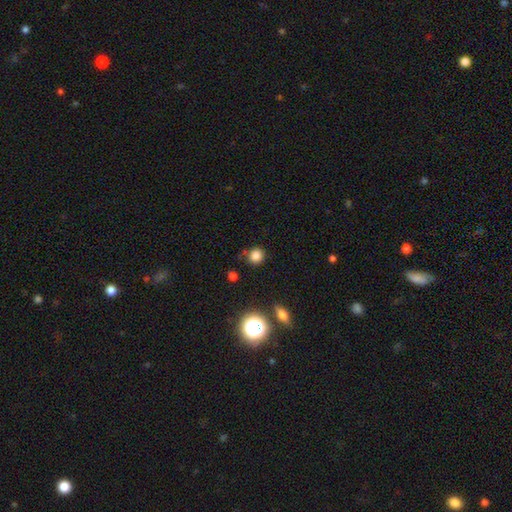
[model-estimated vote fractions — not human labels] Q: Smooth or featured?
A: smooth (80%); runner-up: star or artifact (15%)
Q: How rounded?
A: round (88%); runner-up: in between (11%)
Q: Merging?
A: none (76%); runner-up: minor disturbance (15%)